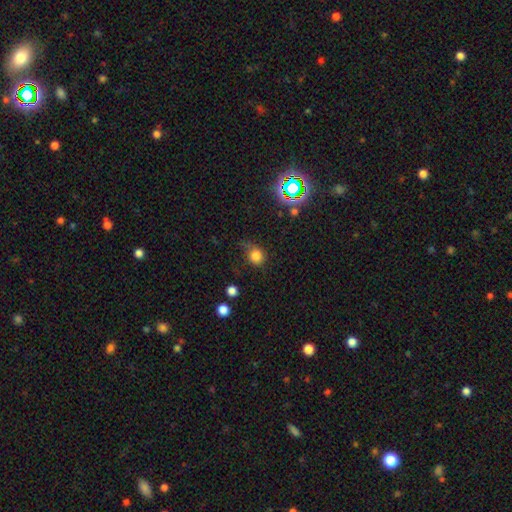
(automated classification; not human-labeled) smooth_or_featured: smooth (p=0.79) [alt: star or artifact p=0.14]
how_rounded: round (p=0.76) [alt: in between p=0.23]
merging: none (p=0.55) [alt: minor disturbance p=0.28]